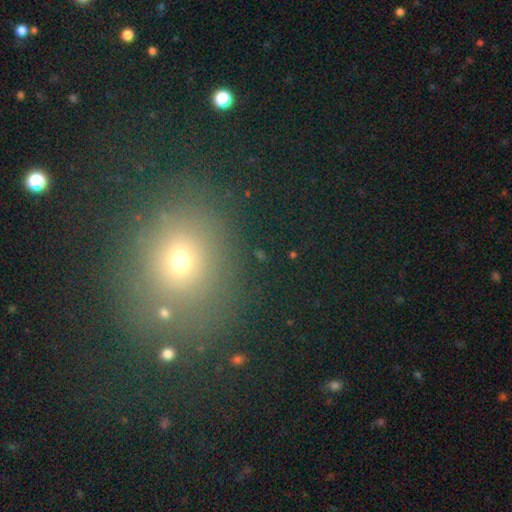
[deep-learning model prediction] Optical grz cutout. It shows a smooth galaxy with no disk features (60%) that is round (63%). Merging: none (76%).